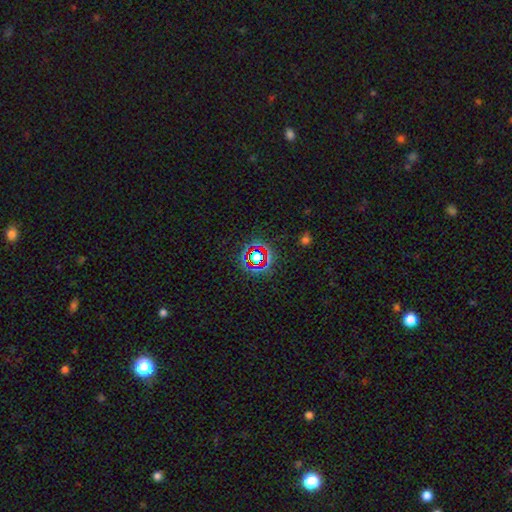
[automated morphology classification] The model was most divided on "smooth or featured": star or artifact: 69%, smooth: 20%, featured or disk: 11%.